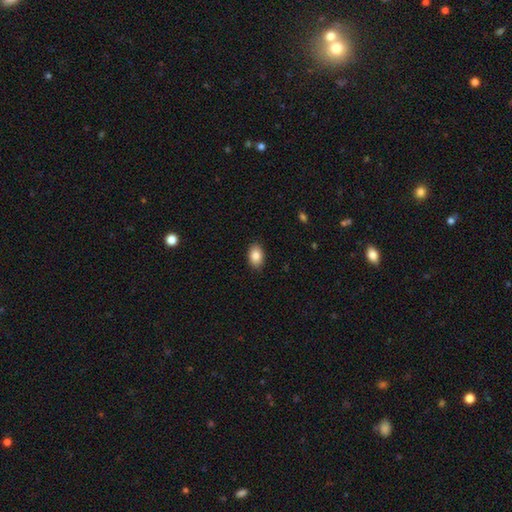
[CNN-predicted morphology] Smooth or featured? smooth (86%)
How rounded? in between (87%)
Merging? none (89%)